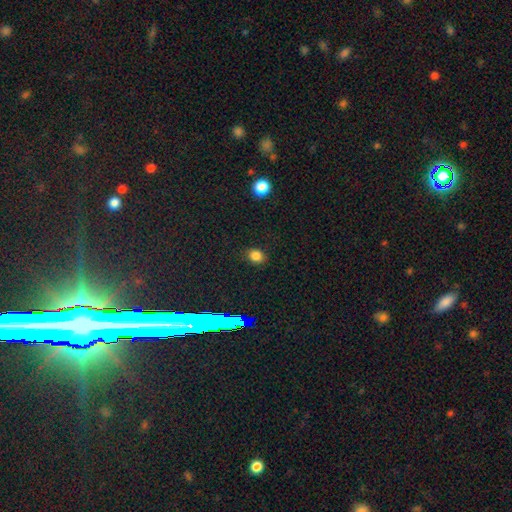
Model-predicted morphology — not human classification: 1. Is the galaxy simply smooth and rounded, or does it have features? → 80% smooth, 16% star or artifact, 4% featured or disk.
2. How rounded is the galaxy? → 67% round, 32% in between, 1% cigar-shaped.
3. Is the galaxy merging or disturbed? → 86% none, 10% minor disturbance, 3% major disturbance, 1% merger.